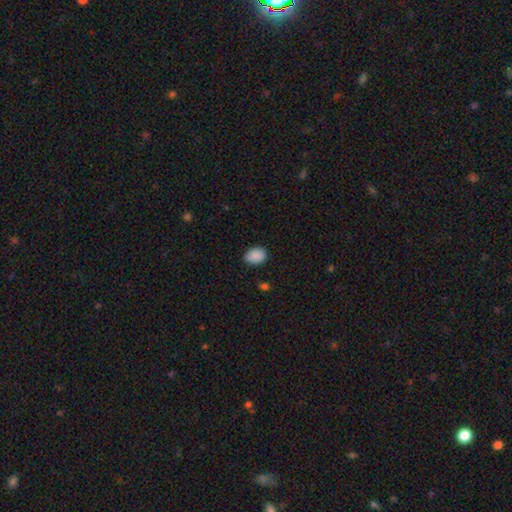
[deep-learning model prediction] Smooth or featured? smooth (89%)
How rounded? in between (68%)
Merging? none (83%)